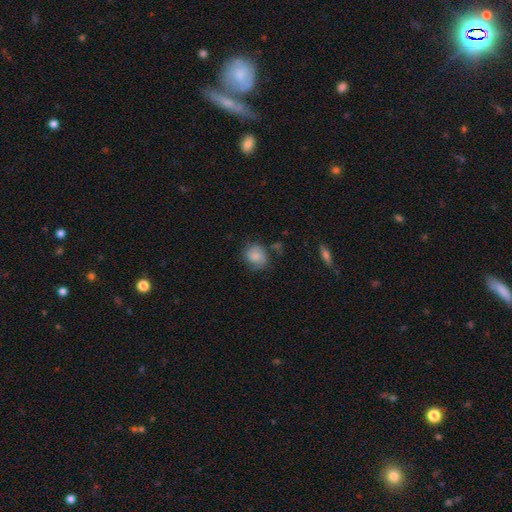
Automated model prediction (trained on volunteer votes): smooth 67%, featured or disk 25%, star or artifact 8%. Down the decision tree: how rounded — round (66%); merging — none (61%).